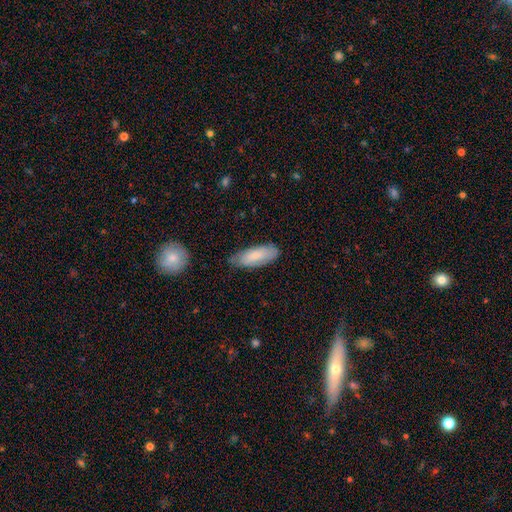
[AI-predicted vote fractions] Smooth or featured? smooth (77%)
How rounded? in between (75%)
Merging? none (71%)